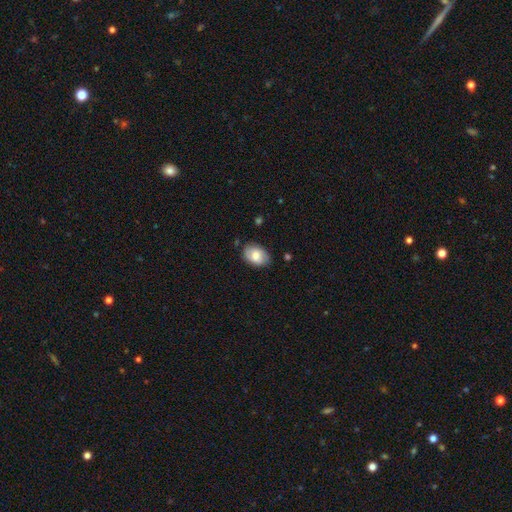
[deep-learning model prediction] smooth_or_featured: smooth (p=0.74) [alt: featured or disk p=0.19]
how_rounded: in between (p=0.85) [alt: round p=0.14]
merging: none (p=0.77) [alt: minor disturbance p=0.18]